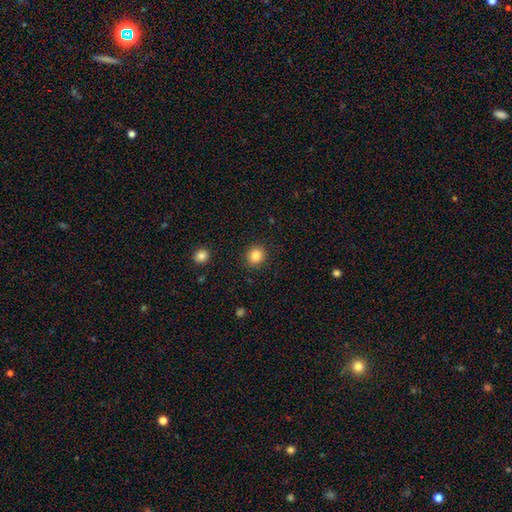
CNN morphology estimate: This is clearly a smooth galaxy (86%). How rounded: likely round (78%). Merging: clearly none (89%).